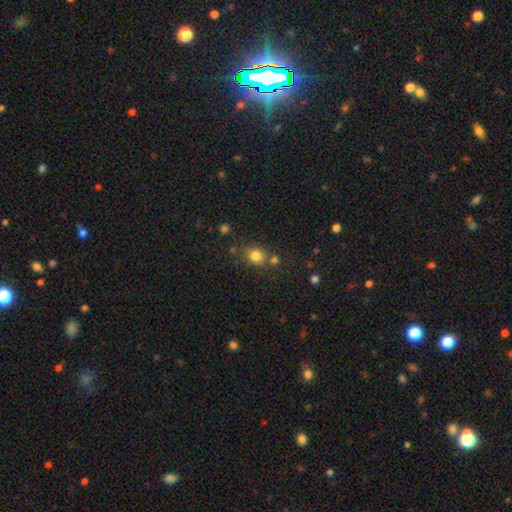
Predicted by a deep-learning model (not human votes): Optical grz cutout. It shows a smooth galaxy with no disk features (80%) that is round (73%). Merging: none (67%).